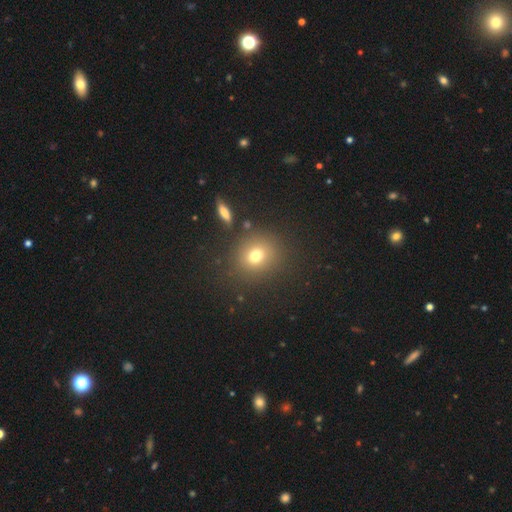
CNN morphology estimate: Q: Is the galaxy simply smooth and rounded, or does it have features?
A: smooth — 74%.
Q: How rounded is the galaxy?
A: round — 74%.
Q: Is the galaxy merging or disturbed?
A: none — 81%.